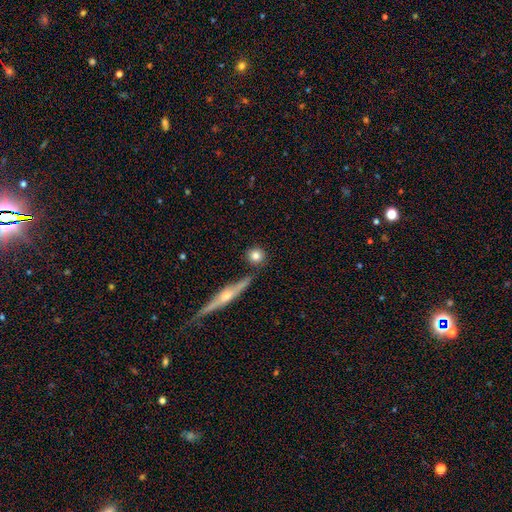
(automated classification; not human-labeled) Overall: smooth (80%). How rounded: round (89%). Merging: none (79%).